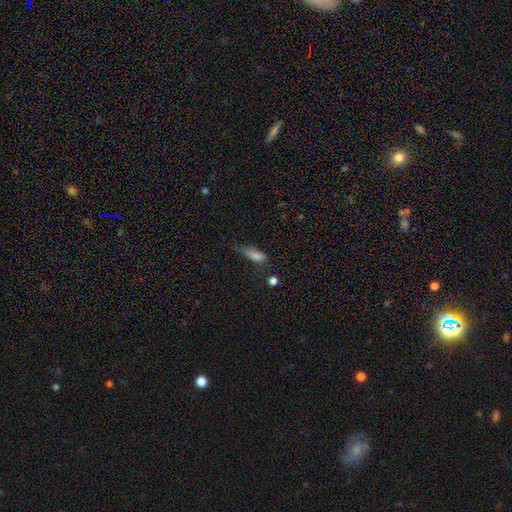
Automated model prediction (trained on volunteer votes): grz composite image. It shows a smooth galaxy with no disk features (72%) that is in between round and cigar-shaped (56%). Merging: none (38%, tied with minor disturbance).